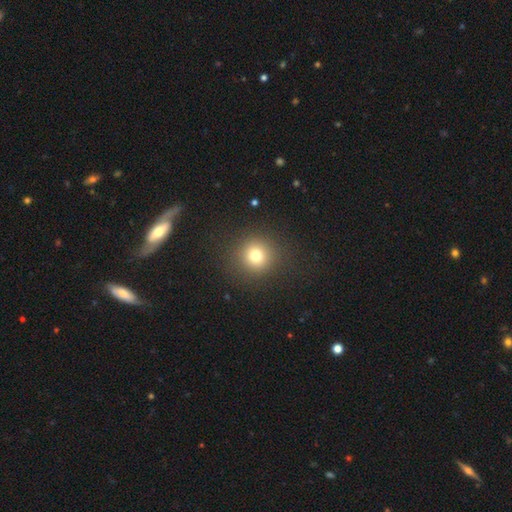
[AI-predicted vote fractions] Smooth or featured? Predicted: smooth (p=0.76). How rounded? Predicted: round (p=0.93). Merging? Predicted: none (p=0.89).